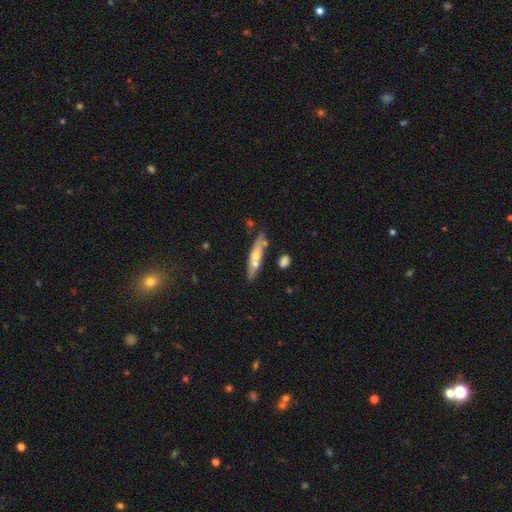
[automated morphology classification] type=smooth (51%); roundness=cigar-shaped (78%); merging=none (67%).